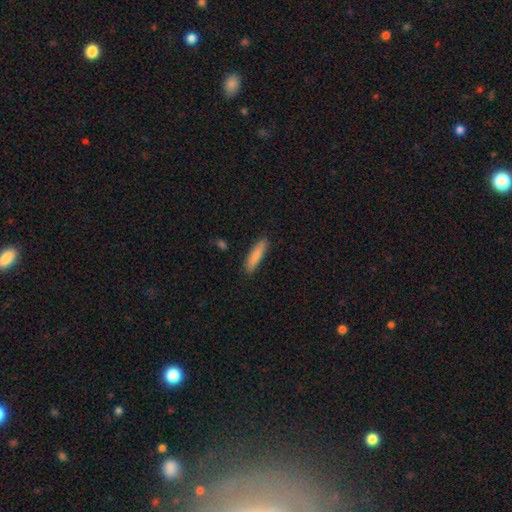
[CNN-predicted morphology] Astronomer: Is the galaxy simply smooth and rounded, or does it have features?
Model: smooth — 84%.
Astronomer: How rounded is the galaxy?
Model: cigar-shaped — 81%.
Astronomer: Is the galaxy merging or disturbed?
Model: none — 87%.